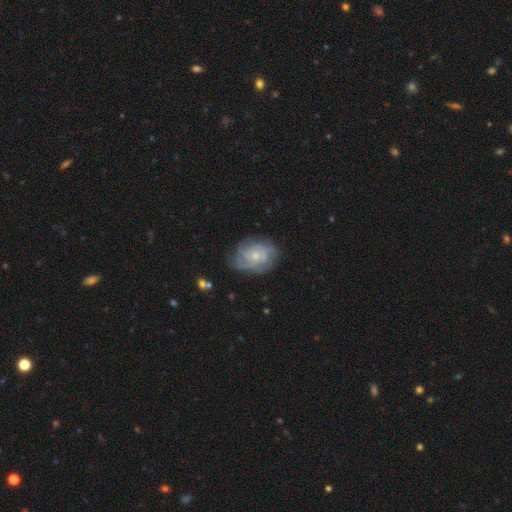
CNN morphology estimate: Smooth or featured? featured or disk (70%)
Edge-on disk? no (97%)
Bar? no (75%)
Spiral arms? yes (84%)
Spiral winding? tight (56%)
Spiral arm count? can't tell (47%)
Bulge size? small (61%)
Merging? none (68%)